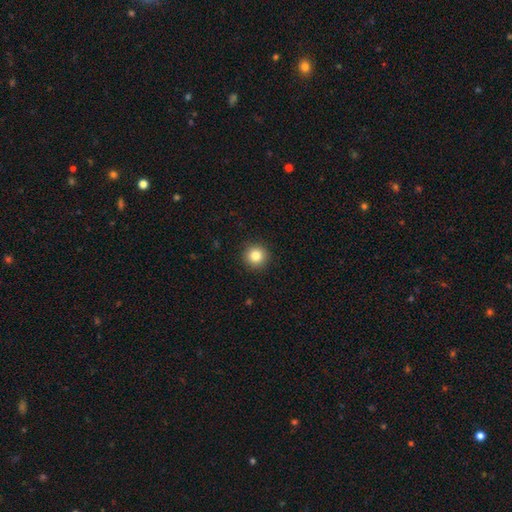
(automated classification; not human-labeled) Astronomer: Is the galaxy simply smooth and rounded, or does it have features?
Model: smooth — 84%.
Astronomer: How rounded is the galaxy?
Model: round — 96%.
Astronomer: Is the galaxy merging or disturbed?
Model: none — 93%.